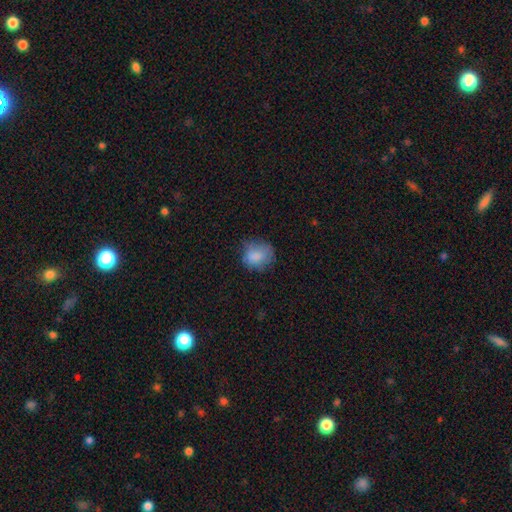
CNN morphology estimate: The model was most divided on "merging": none: 62%, minor disturbance: 27%, major disturbance: 10%, merger: 1%. More confident: smooth or featured — smooth (82%); how rounded — round (67%).